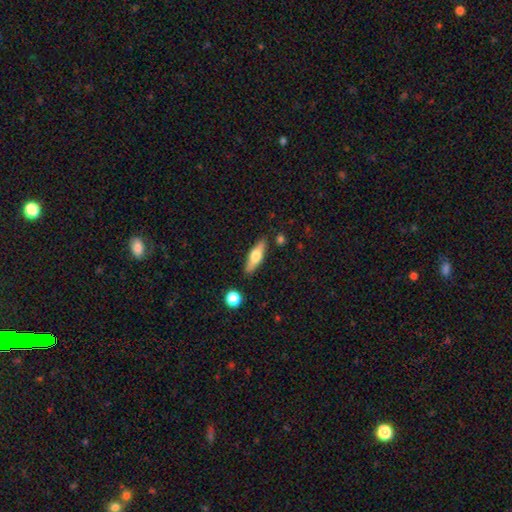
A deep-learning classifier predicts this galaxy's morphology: This is possibly a smooth galaxy (54%). How rounded: possibly cigar-shaped (55%). Merging: clearly none (84%).